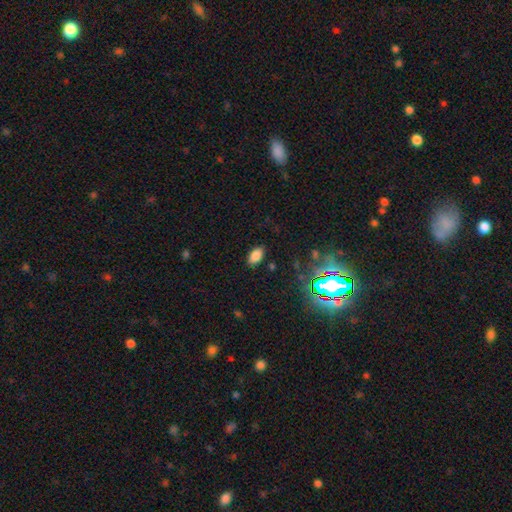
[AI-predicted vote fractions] The model was most divided on "smooth or featured": smooth: 80%, star or artifact: 14%, featured or disk: 6%. More confident: how rounded — in between (92%); merging — none (86%).